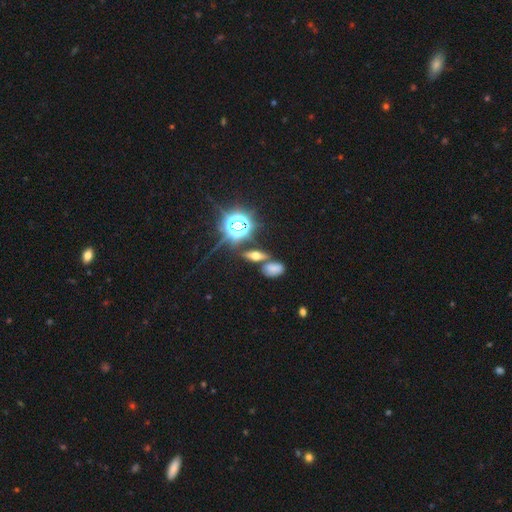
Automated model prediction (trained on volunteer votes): Morphology: type=smooth (39%); merging=none (64%).